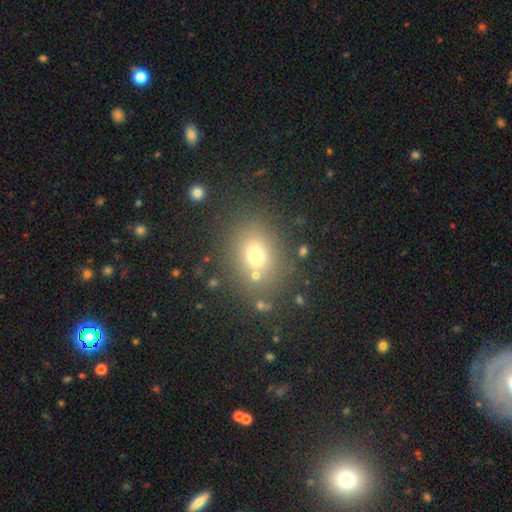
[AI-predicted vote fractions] This appears to be a smooth galaxy with no disk features (68%) that is round (53%). Merging: none (75%).